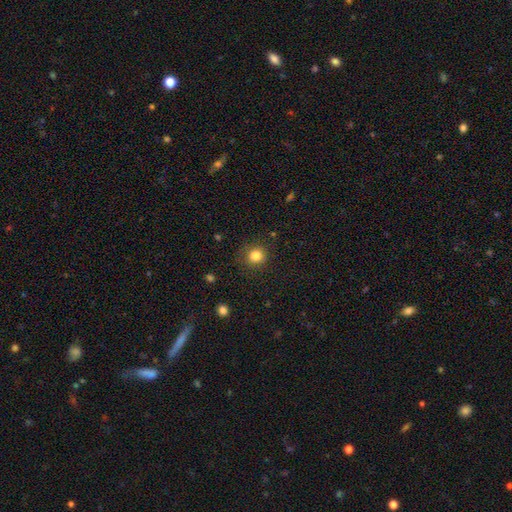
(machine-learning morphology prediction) smooth 83%, star or artifact 12%, featured or disk 5%. Down the decision tree: how rounded — round (91%); merging — none (87%).